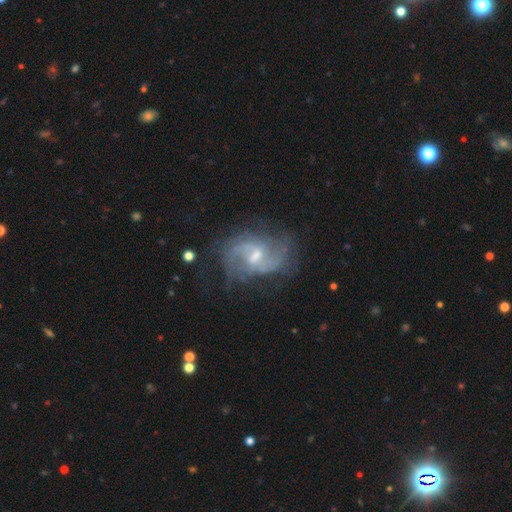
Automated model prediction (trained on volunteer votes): Smooth or featured?
  - featured or disk: 85% *
  - smooth: 8%
  - star or artifact: 7%
Edge-on disk?
  - no: 97% *
  - yes: 3%
Bar?
  - weak: 62% *
  - no: 24%
  - strong: 14%
Spiral arms?
  - yes: 94% *
  - no: 6%
Spiral winding?
  - medium: 46% *
  - loose: 36%
  - tight: 18%
Spiral arm count?
  - 2: 71% *
  - can't tell: 14%
  - 3: 7%
  - 1: 3%
  - 4: 3%
  - more than 4: 2%
Bulge size?
  - small: 46% *
  - moderate: 45%
  - none: 6%
  - large: 3%
  - dominant: 1%
Merging?
  - none: 65% *
  - minor disturbance: 20%
  - major disturbance: 13%
  - merger: 2%